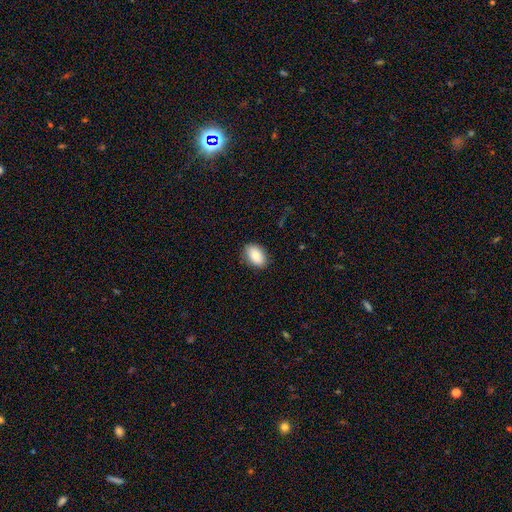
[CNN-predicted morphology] Smooth or featured? smooth (84%)
How rounded? in between (87%)
Merging? none (85%)